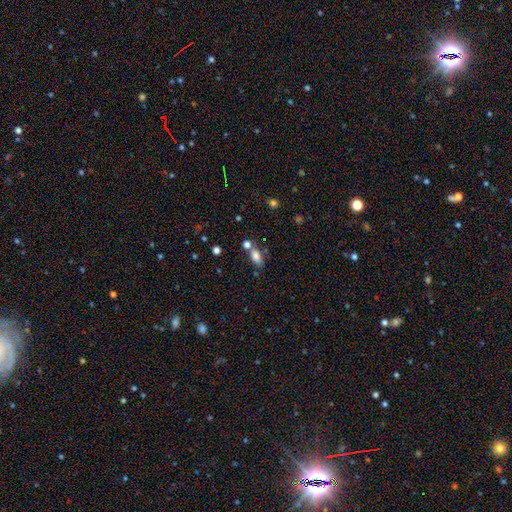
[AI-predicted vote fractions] Smooth or featured? smooth (80%)
How rounded? in between (84%)
Merging? none (59%)